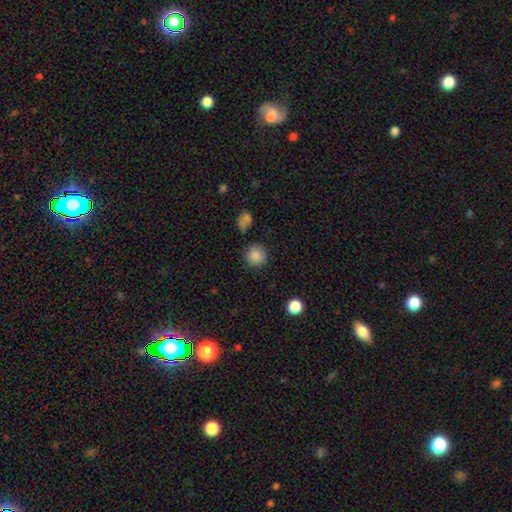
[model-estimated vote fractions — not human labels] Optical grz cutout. It shows a smooth galaxy with no disk features (86%) that is round (93%). Merging: none (83%).